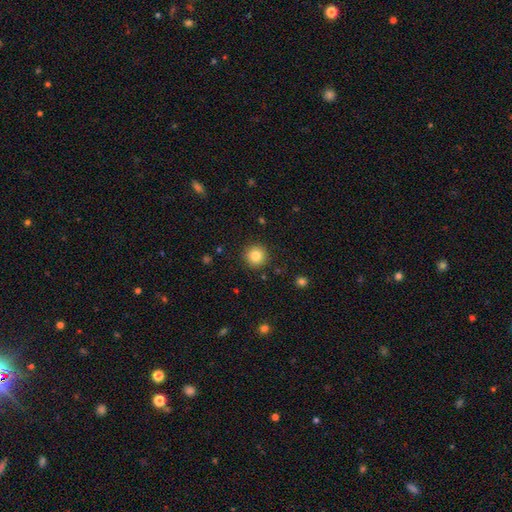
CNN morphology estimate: This is clearly a smooth galaxy (84%). How rounded: clearly round (95%). Merging: clearly none (91%).